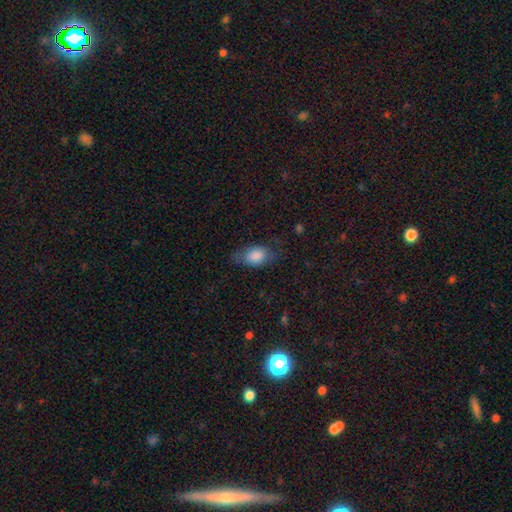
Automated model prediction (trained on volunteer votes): This is likely a smooth galaxy (77%). How rounded: clearly in between (85%). Merging: likely none (63%).